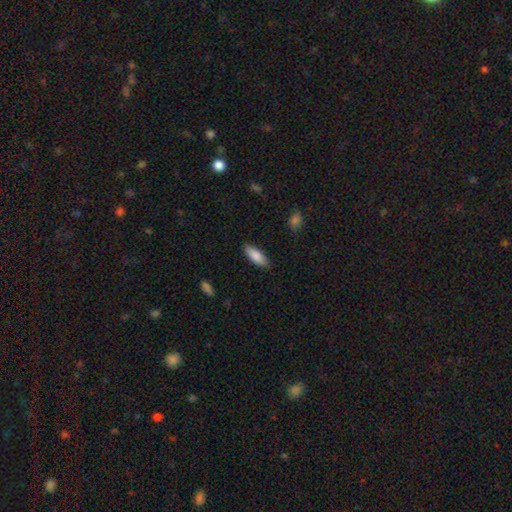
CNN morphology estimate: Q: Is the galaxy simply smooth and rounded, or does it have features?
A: smooth — 85%.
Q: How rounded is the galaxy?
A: in between — 71%.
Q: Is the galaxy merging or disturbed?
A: none — 85%.